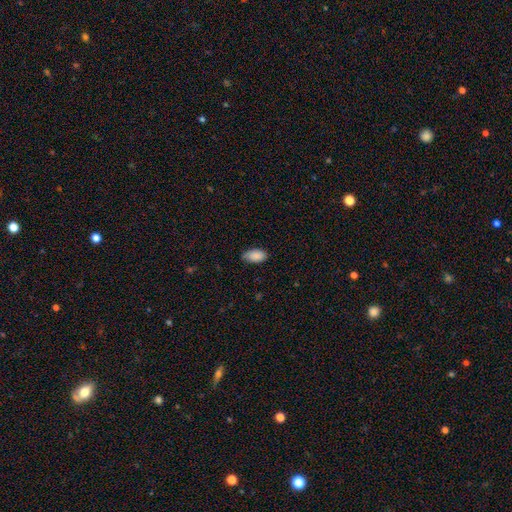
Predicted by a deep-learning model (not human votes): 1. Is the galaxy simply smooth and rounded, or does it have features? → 88% smooth, 7% star or artifact, 6% featured or disk.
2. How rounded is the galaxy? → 94% in between, 3% round, 3% cigar-shaped.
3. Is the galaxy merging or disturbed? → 74% none, 22% minor disturbance, 3% major disturbance, 1% merger.